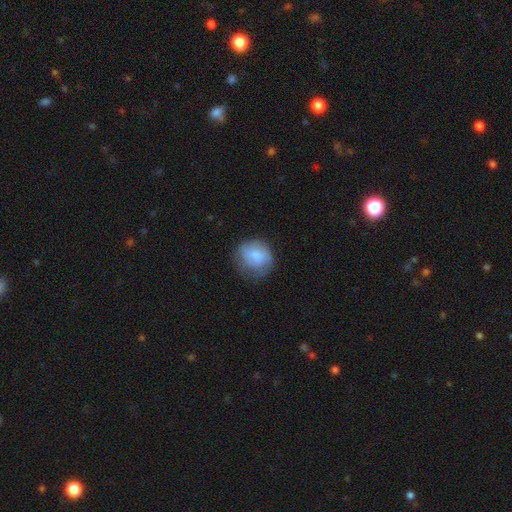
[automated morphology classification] This is likely a smooth galaxy (70%). How rounded: clearly round (82%). Merging: possibly none (59%).